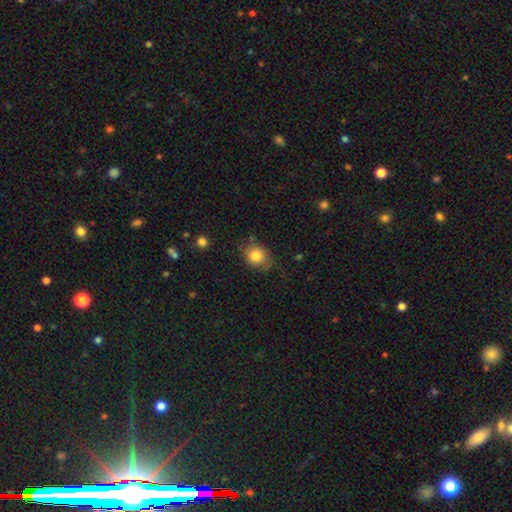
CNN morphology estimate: Q: Smooth or featured?
A: smooth (82%); runner-up: featured or disk (9%)
Q: How rounded?
A: round (53%); runner-up: in between (46%)
Q: Merging?
A: none (71%); runner-up: minor disturbance (22%)